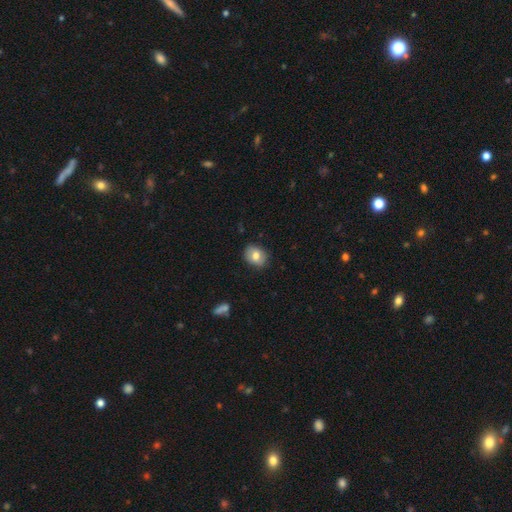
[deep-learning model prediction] This is likely a smooth galaxy (75%). How rounded: possibly round (51%). Merging: clearly none (83%).